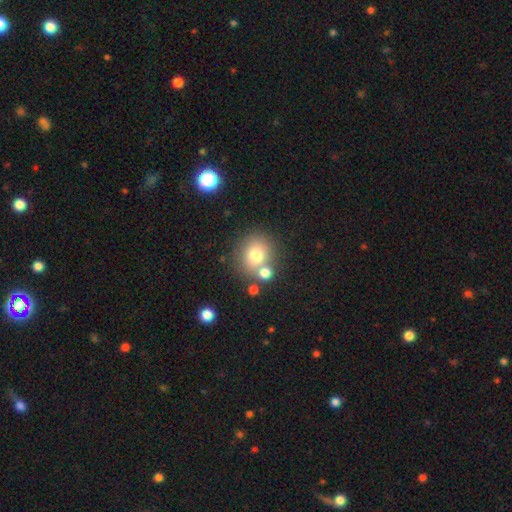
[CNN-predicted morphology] A smooth galaxy with no disk features (74%) that is round (83%). Merging: none (65%).